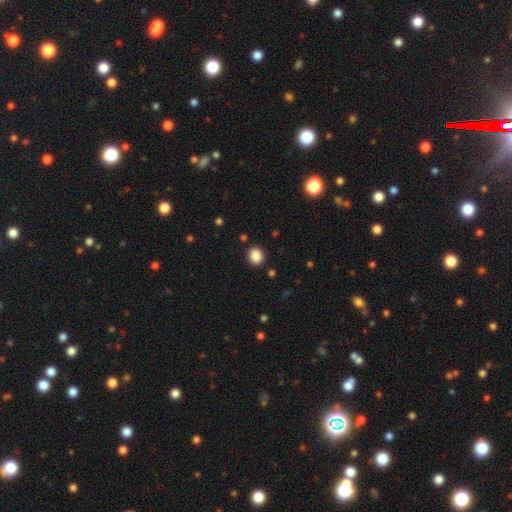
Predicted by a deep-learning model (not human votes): smooth_or_featured: smooth (p=0.88) [alt: star or artifact p=0.09]
how_rounded: round (p=0.58) [alt: in between p=0.41]
merging: none (p=0.89) [alt: minor disturbance p=0.07]